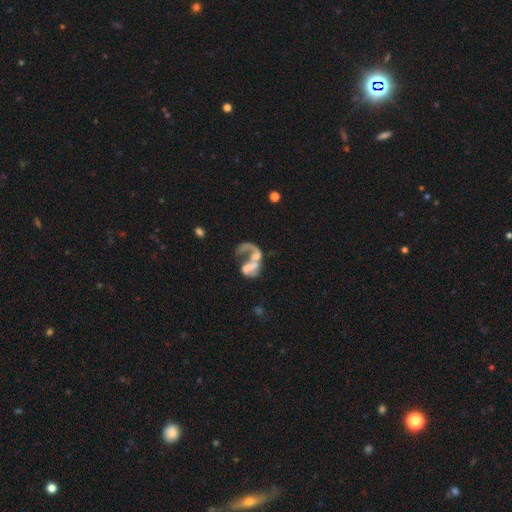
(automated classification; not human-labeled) Smooth or featured: featured or disk — 69% (smooth — 21%)
Edge-on disk: no — 97% (yes — 3%)
Bar: no — 55% (weak — 27%)
Spiral arms: yes — 62% (no — 38%)
Bulge size: none — 47% (small — 23%)
Merging: merger — 47% (major disturbance — 31%)